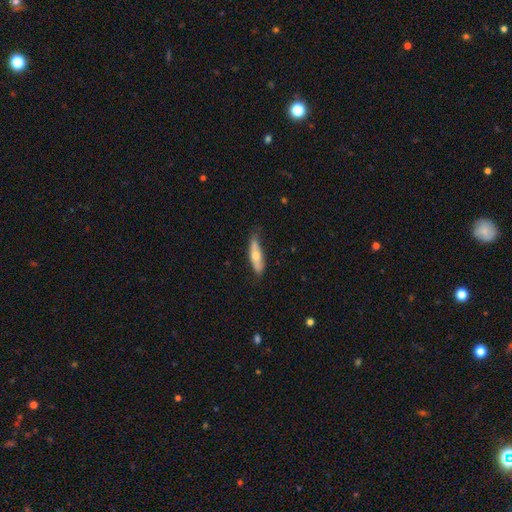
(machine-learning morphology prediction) Overall: smooth (60%; featured or disk 35%). How rounded: cigar-shaped (58%; in between 40%). Merging: none (67%; minor disturbance 27%).